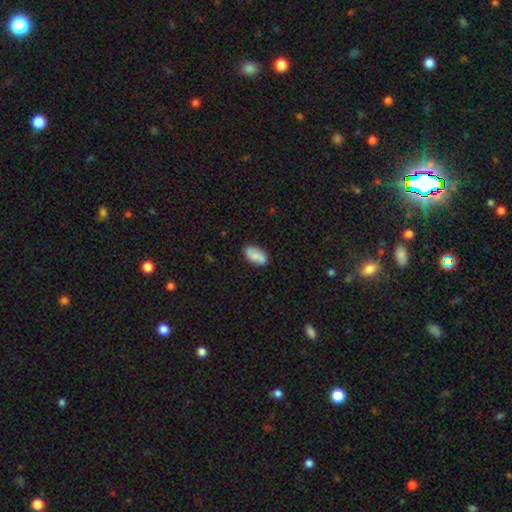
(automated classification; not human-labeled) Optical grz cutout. It shows a smooth galaxy with no disk features (71%) that is in between round and cigar-shaped (92%). Merging: none (82%).